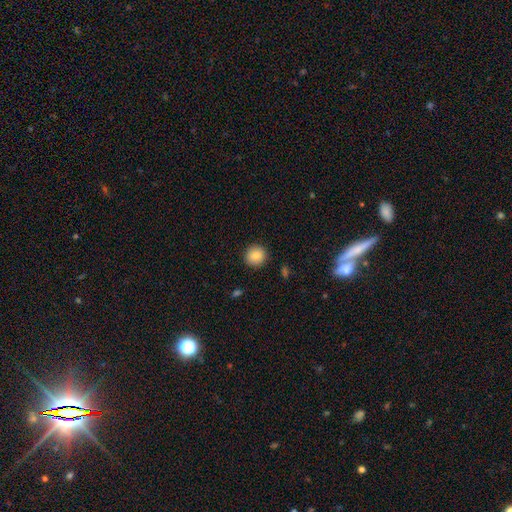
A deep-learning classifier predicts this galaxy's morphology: Smooth or featured? Predicted: smooth (p=0.87). How rounded? Predicted: round (p=0.91). Merging? Predicted: none (p=0.91).